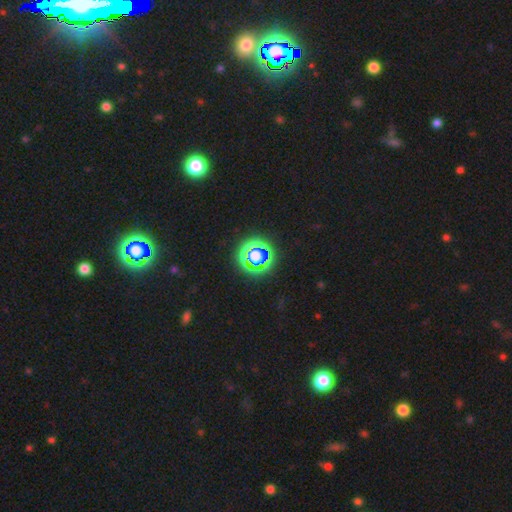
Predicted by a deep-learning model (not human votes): The model was most divided on "smooth or featured": star or artifact: 65%, smooth: 23%, featured or disk: 12%.